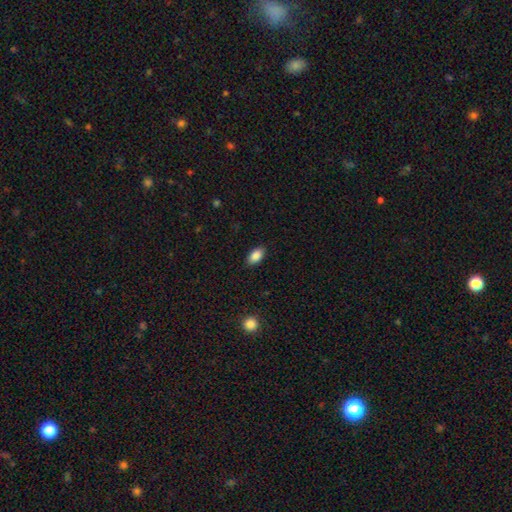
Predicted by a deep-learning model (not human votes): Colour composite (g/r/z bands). It shows a smooth galaxy with no disk features (88%) that is in between round and cigar-shaped (93%). Merging: none (88%).